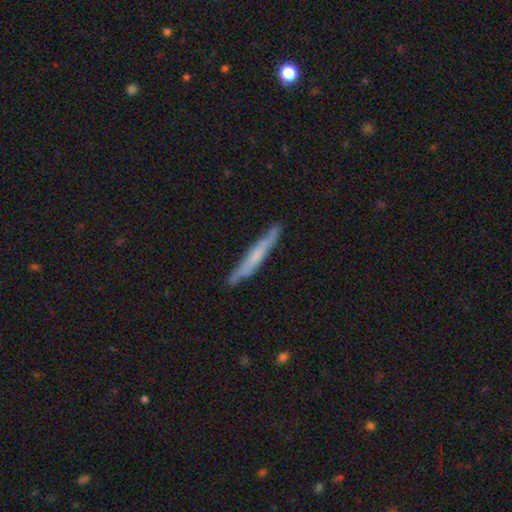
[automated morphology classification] type=featured or disk (51%); edge-on=yes (89%); merging=none (83%).